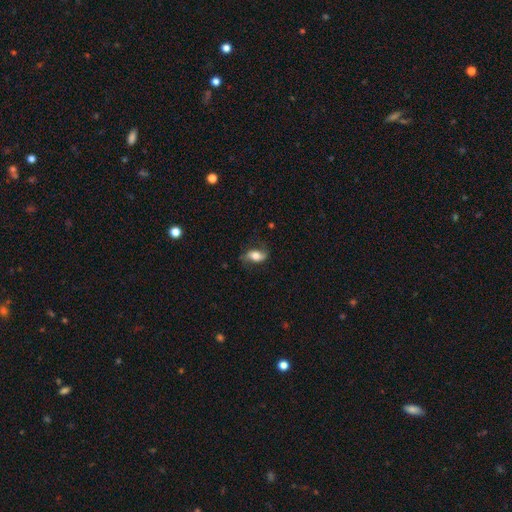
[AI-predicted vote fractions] smooth-or-featured: smooth: 52% | featured or disk: 40% | star or artifact: 8%
  how-rounded: in between: 84% | round: 9% | cigar-shaped: 7%
  merging: none: 66% | minor disturbance: 22% | major disturbance: 10% | merger: 1%